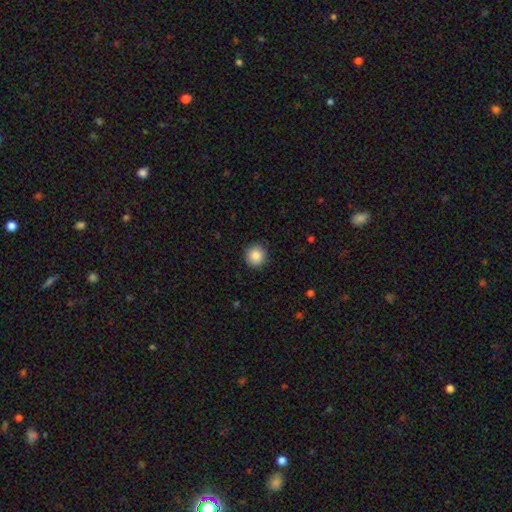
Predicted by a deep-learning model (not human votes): A smooth galaxy with no disk features (86%) that is round (94%).

Vote fractions:
- Smooth or featured? smooth: 86% / star or artifact: 9% / featured or disk: 5%
- How rounded? round: 94% / in between: 5% / cigar-shaped: 1%
- Merging? none: 89% / minor disturbance: 8% / major disturbance: 2% / merger: 1%